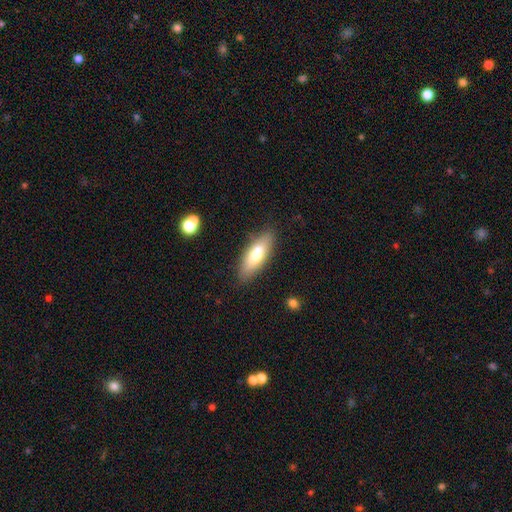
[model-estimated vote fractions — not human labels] The model was most divided on "how rounded": in between: 61%, cigar-shaped: 37%, round: 2%. More confident: merging — none (82%); smooth or featured — smooth (69%).